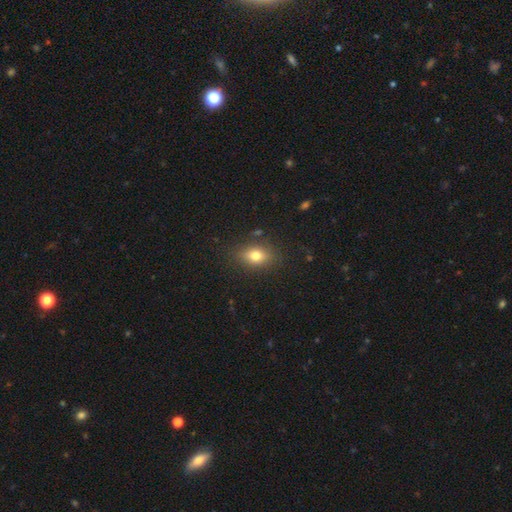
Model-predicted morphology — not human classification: Smooth or featured: smooth — 75% (featured or disk — 13%)
How rounded: in between — 74% (round — 22%)
Merging: none — 81% (minor disturbance — 13%)